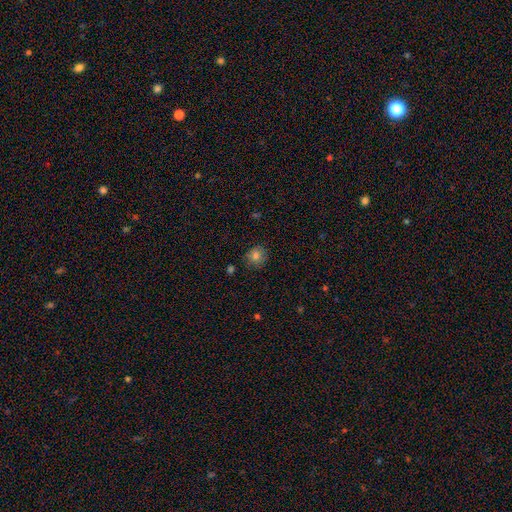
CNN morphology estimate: smooth-or-featured: smooth: 81% | star or artifact: 11% | featured or disk: 8%
  how-rounded: round: 84% | in between: 15% | cigar-shaped: 1%
  merging: none: 84% | minor disturbance: 12% | major disturbance: 2% | merger: 1%